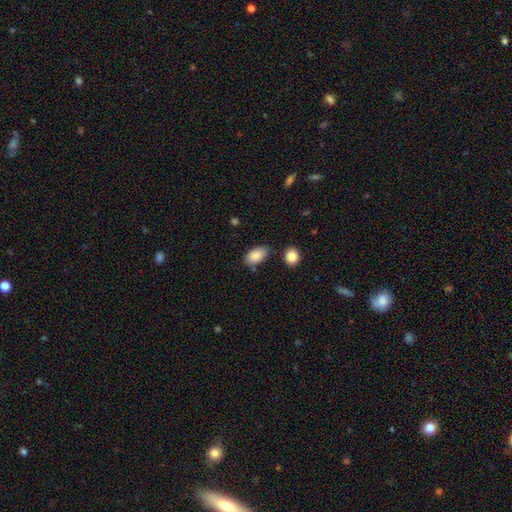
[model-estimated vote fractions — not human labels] smooth-or-featured: smooth: 88% | star or artifact: 7% | featured or disk: 5%
  how-rounded: in between: 92% | round: 6% | cigar-shaped: 2%
  merging: none: 74% | minor disturbance: 16% | merger: 6% | major disturbance: 4%